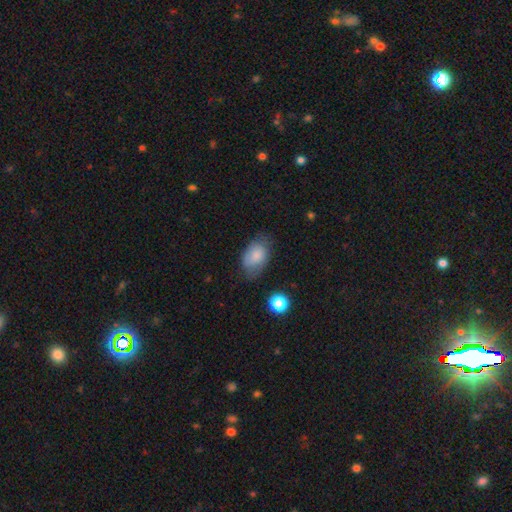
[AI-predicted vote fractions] The model was most divided on "merging": none: 55%, minor disturbance: 31%, major disturbance: 11%, merger: 2%. More confident: how rounded — in between (88%); smooth or featured — smooth (77%).